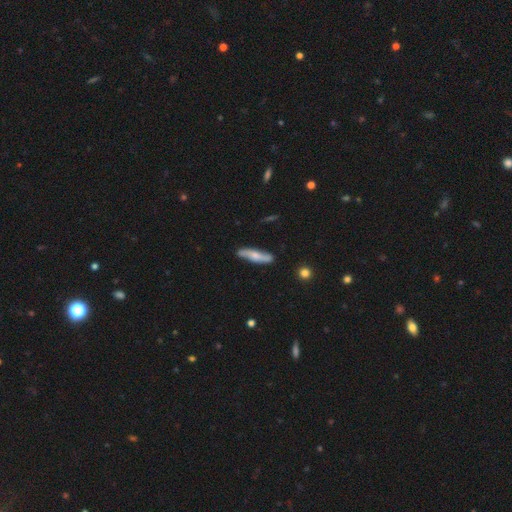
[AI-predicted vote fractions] Smooth or featured?
  - smooth: 50% *
  - featured or disk: 44%
  - star or artifact: 5%
How rounded?
  - cigar-shaped: 75% *
  - in between: 22%
  - round: 2%
Merging?
  - none: 82% *
  - minor disturbance: 13%
  - major disturbance: 2%
  - merger: 2%